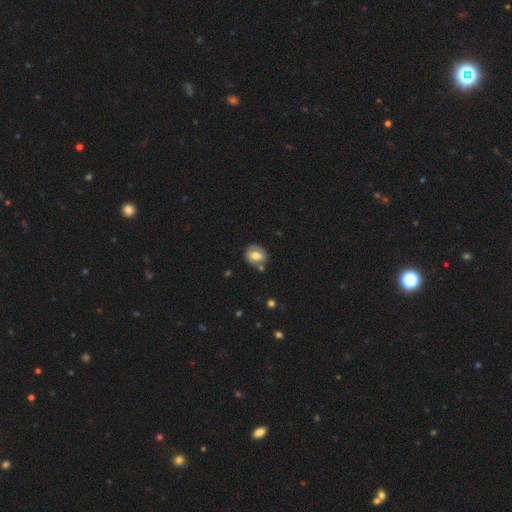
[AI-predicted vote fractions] smooth-or-featured: smooth: 67% | featured or disk: 25% | star or artifact: 8%
  how-rounded: round: 64% | in between: 34% | cigar-shaped: 1%
  merging: none: 67% | minor disturbance: 17% | merger: 11% | major disturbance: 5%